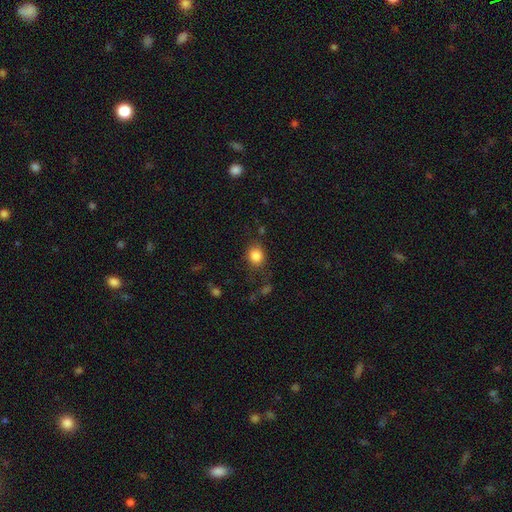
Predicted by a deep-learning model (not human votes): Morphology: type=smooth (84%); roundness=round (66%); merging=none (76%).